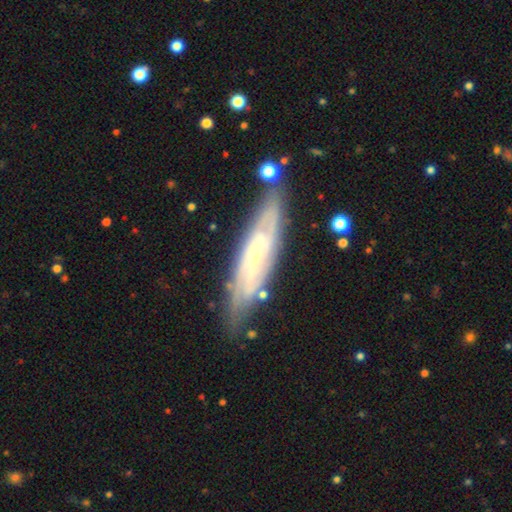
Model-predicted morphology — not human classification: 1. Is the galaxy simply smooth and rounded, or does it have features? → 71% featured or disk, 22% smooth, 7% star or artifact.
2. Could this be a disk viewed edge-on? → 59% no, 41% yes.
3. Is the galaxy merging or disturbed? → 78% none, 15% minor disturbance, 4% major disturbance, 3% merger.